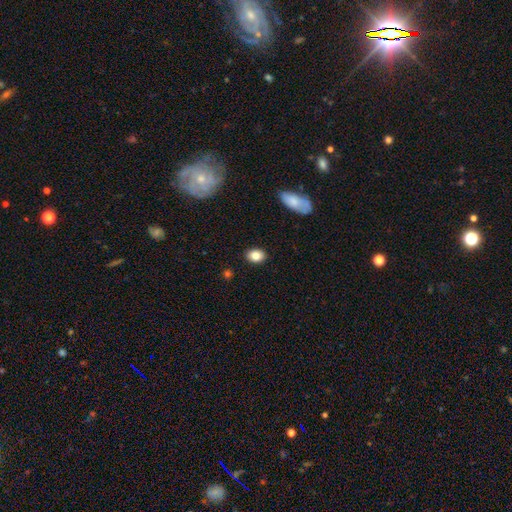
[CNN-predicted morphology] Smooth or featured: smooth — 85% (star or artifact — 9%)
How rounded: in between — 67% (round — 31%)
Merging: none — 88% (minor disturbance — 8%)